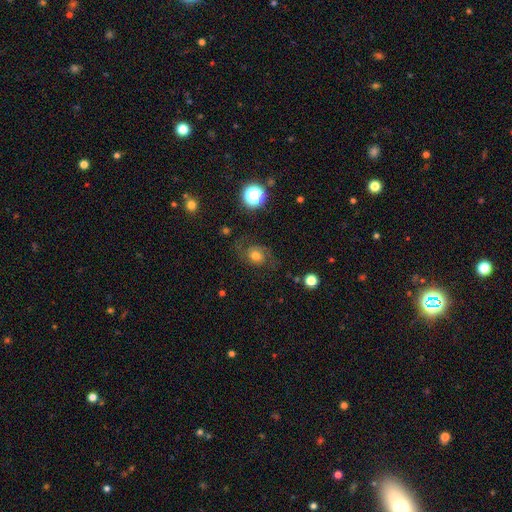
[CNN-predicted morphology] The model was most divided on "smooth or featured": featured or disk: 56%, smooth: 30%, star or artifact: 14%. More confident: edge-on disk — no (97%); spiral arms — yes (90%); bar — no (70%); merging — none (68%); bulge size — moderate (59%).